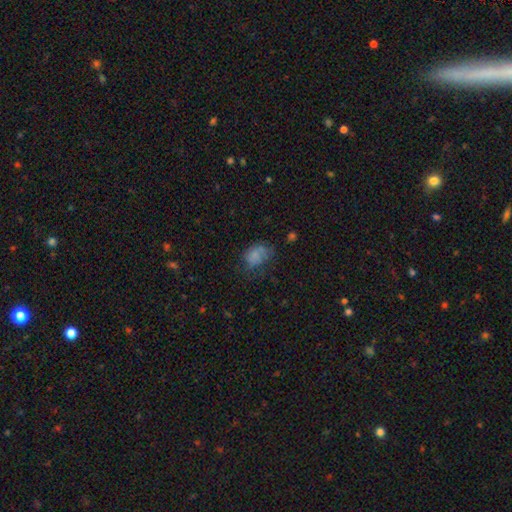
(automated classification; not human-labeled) Smooth or featured?
  - smooth: 71% *
  - featured or disk: 15%
  - star or artifact: 14%
How rounded?
  - in between: 67% *
  - round: 32%
  - cigar-shaped: 1%
Merging?
  - none: 43% *
  - minor disturbance: 30%
  - major disturbance: 22%
  - merger: 5%